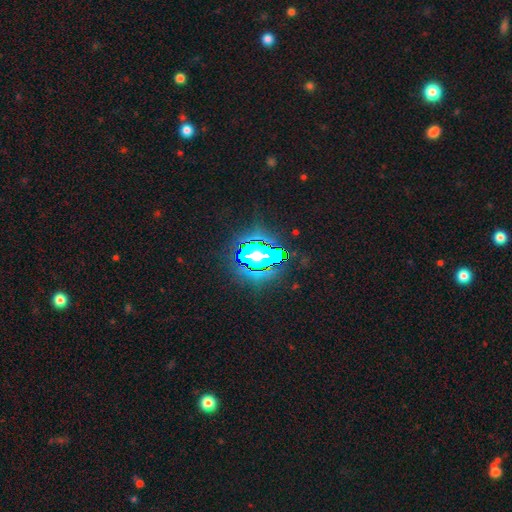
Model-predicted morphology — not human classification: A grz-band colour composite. It shows a star or artifact, not a galaxy (58%).